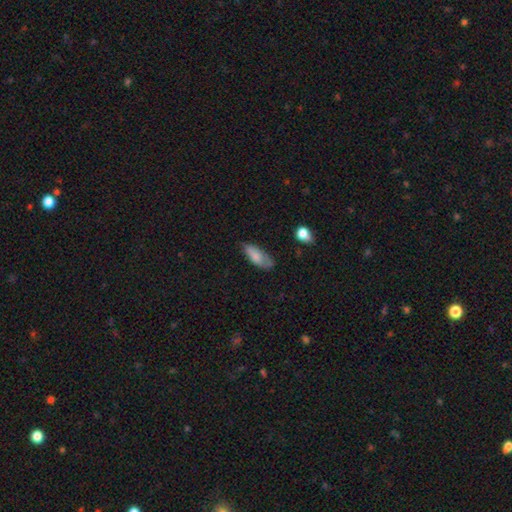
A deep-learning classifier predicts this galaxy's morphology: Overall: smooth (77%). How rounded: in between (77%). Merging: none (58%; minor disturbance 31%).